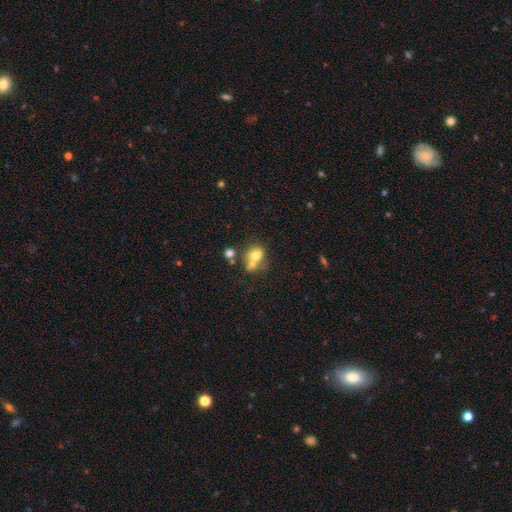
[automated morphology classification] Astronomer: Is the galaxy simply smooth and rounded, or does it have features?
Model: smooth — 69%.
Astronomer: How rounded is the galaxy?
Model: round — 60% (runner-up: in between, 39%).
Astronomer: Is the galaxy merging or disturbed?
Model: merger — 51% (runner-up: none, 33%).